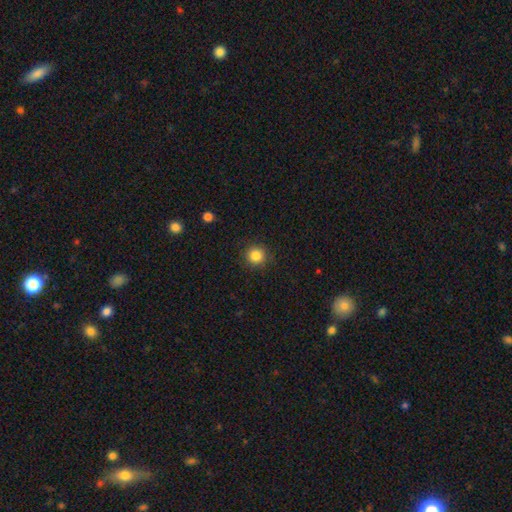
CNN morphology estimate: Smooth or featured? Predicted: smooth (p=0.85). How rounded? Predicted: round (p=0.94). Merging? Predicted: none (p=0.90).